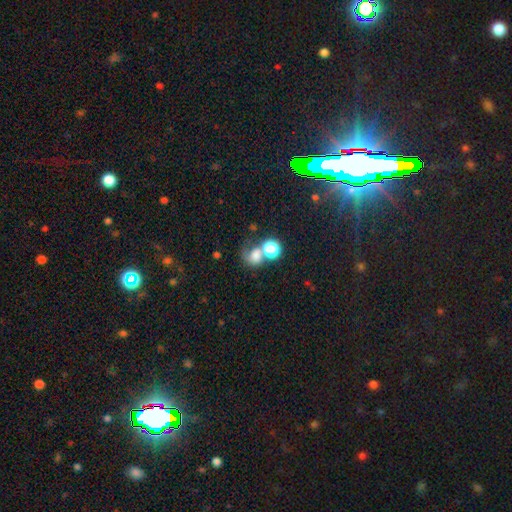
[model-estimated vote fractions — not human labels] Morphology: type=smooth (59%); roundness=round (66%); merging=merger (50%).